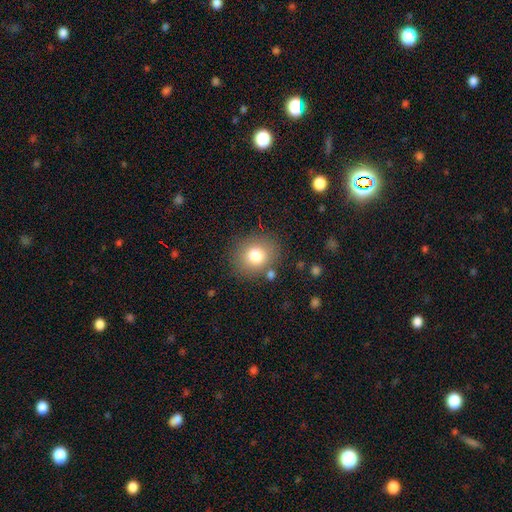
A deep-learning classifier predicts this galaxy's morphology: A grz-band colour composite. It shows a smooth galaxy with no disk features (79%) that is round (75%). Merging: none (80%).